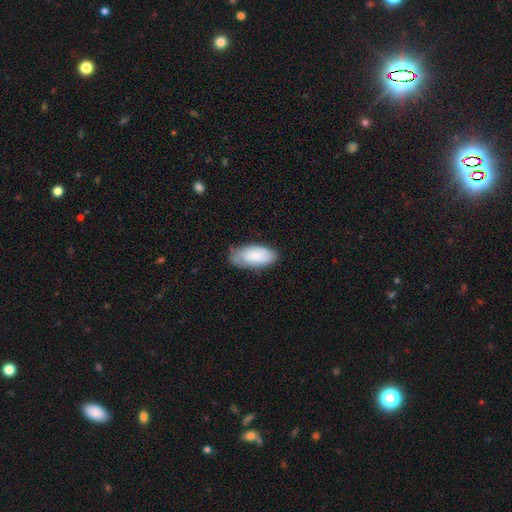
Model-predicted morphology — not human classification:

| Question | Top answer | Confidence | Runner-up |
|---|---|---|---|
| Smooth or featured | smooth | 82% | featured or disk (12%) |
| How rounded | in between | 92% | cigar-shaped (6%) |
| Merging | none | 66% | minor disturbance (28%) |